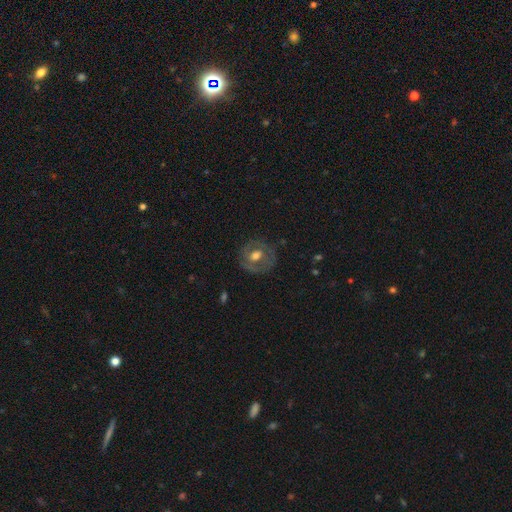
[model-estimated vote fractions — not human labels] A featured or disk galaxy (56%) with no bar (61%), no spiral arms (65%) and a moderate central bulge (65%).

Vote fractions:
- Smooth or featured? featured or disk: 56% / smooth: 36% / star or artifact: 7%
- Edge-on disk? no: 95% / yes: 5%
- Bar? no: 61% / weak: 30% / strong: 9%
- Spiral arms? no: 65% / yes: 35%
- Bulge size? moderate: 65% / large: 22% / small: 10% / none: 2% / dominant: 1%
- Merging? none: 73% / minor disturbance: 17% / major disturbance: 8% / merger: 1%